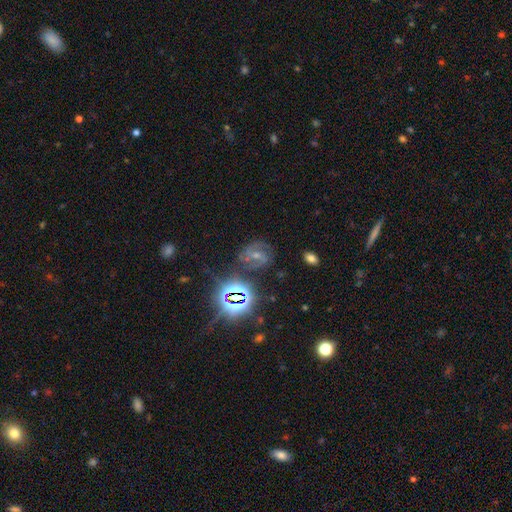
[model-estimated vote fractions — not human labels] smooth_or_featured: featured or disk (p=0.66) [alt: star or artifact p=0.23]
disk_edge_on: no (p=0.97) [alt: yes p=0.03]
bar: weak (p=0.43) [alt: strong p=0.31]
has_spiral_arms: yes (p=0.93) [alt: no p=0.07]
spiral_winding: medium (p=0.53) [alt: tight p=0.29]
spiral_arm_count: 2 (p=0.82) [alt: can't tell p=0.08]
bulge_size: small (p=0.50) [alt: moderate p=0.42]
merging: none (p=0.70) [alt: minor disturbance p=0.17]